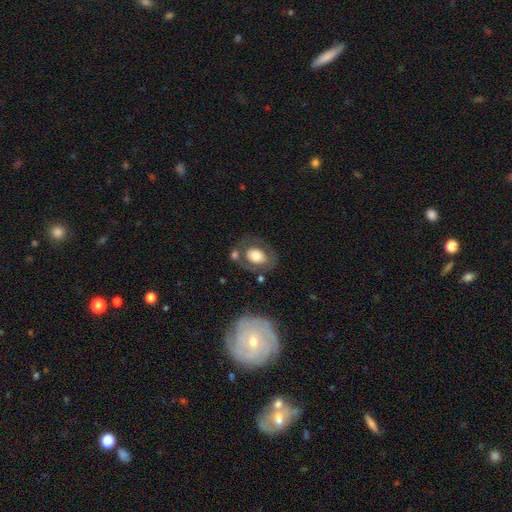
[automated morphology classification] Q: Smooth or featured?
A: smooth (57%); runner-up: featured or disk (35%)
Q: How rounded?
A: in between (68%); runner-up: round (31%)
Q: Merging?
A: none (64%); runner-up: minor disturbance (17%)